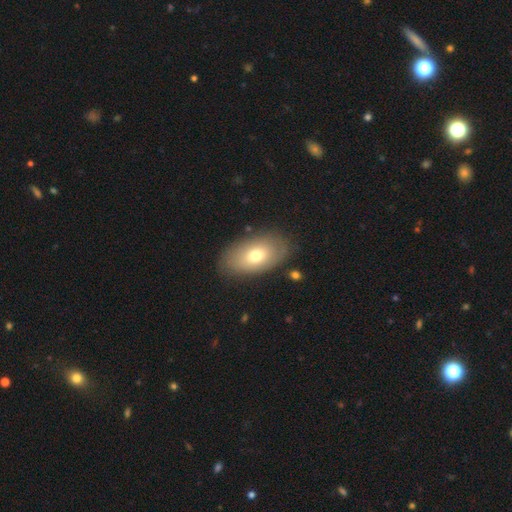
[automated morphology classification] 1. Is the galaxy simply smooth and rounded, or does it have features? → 69% smooth, 23% featured or disk, 8% star or artifact.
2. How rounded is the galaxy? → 92% in between, 6% round, 2% cigar-shaped.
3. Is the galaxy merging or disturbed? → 82% none, 12% minor disturbance, 4% major disturbance, 2% merger.